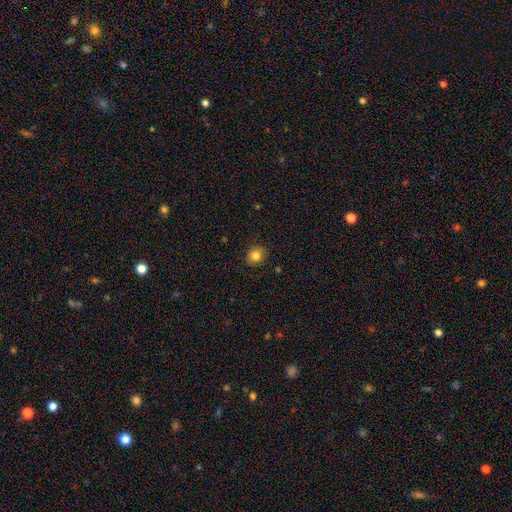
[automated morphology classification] The model was most divided on "how rounded": round: 72%, in between: 27%, cigar-shaped: 1%. More confident: merging — none (88%); smooth or featured — smooth (82%).